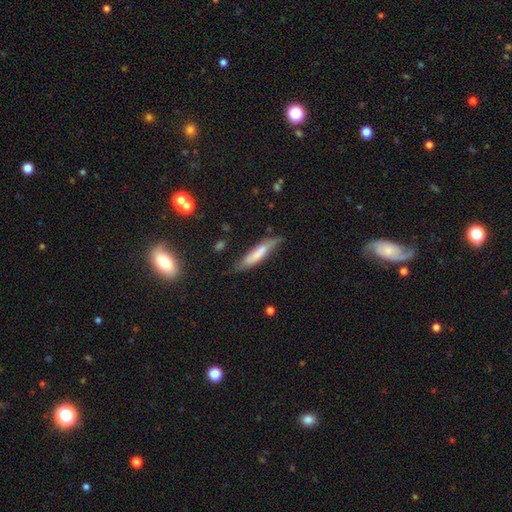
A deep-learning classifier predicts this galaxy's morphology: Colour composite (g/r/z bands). It shows a smooth galaxy with no disk features (59%) that is cigar-shaped (83%). Merging: none (62%).